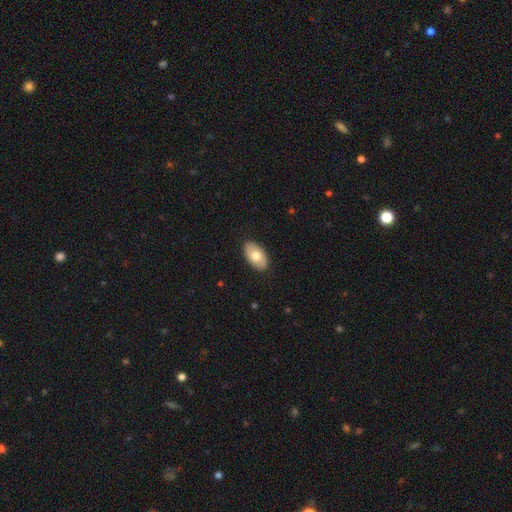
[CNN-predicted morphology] smooth-or-featured: smooth: 73% | featured or disk: 21% | star or artifact: 6%
  how-rounded: in between: 95% | round: 4% | cigar-shaped: 1%
  merging: none: 88% | minor disturbance: 9% | major disturbance: 2% | merger: 1%